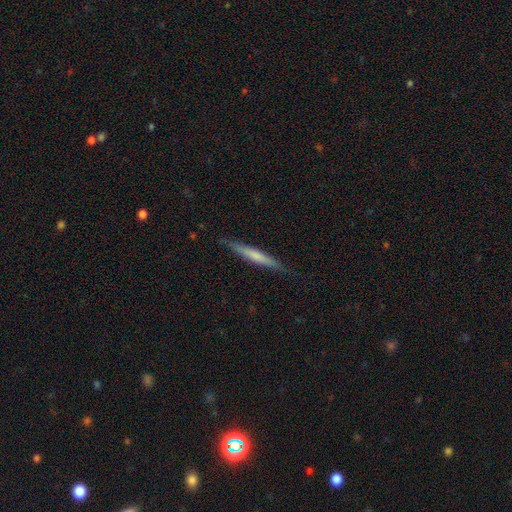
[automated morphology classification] A smooth galaxy with no disk features (54%) that is cigar-shaped (95%). Merging: none (87%).